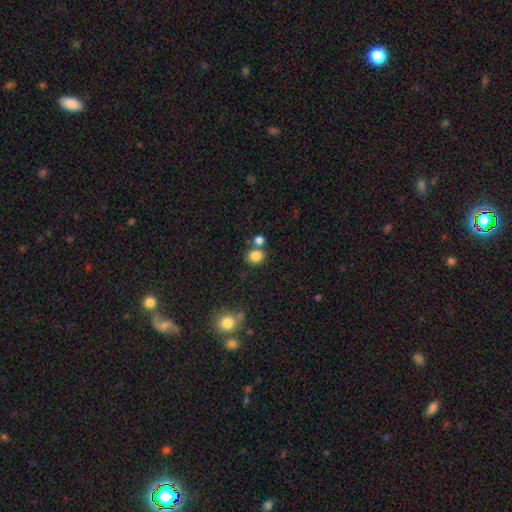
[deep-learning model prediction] The model was most divided on "merging": none: 67%, merger: 20%, minor disturbance: 10%, major disturbance: 3%. More confident: smooth or featured — smooth (83%); how rounded — round (74%).